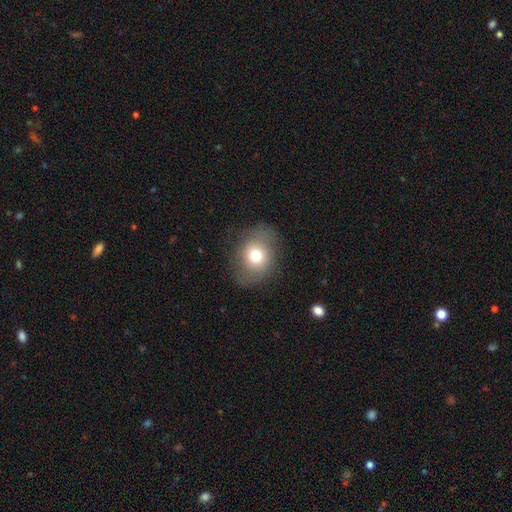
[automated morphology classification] smooth 70%, featured or disk 20%, star or artifact 10%. Down the decision tree: how rounded — round (53%); merging — none (77%).